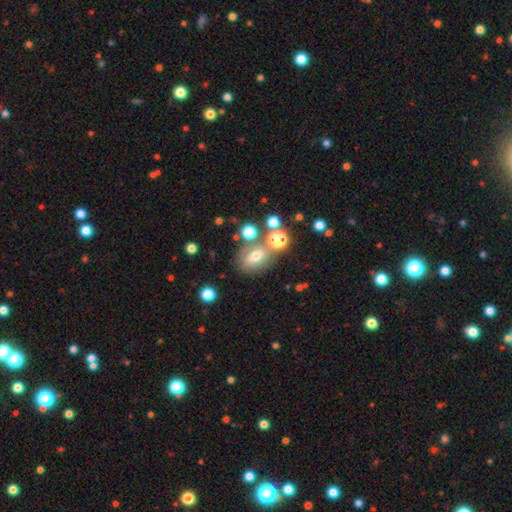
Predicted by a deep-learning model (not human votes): Smooth or featured? Predicted: smooth (p=0.58). How rounded? Predicted: in between (p=0.59). Merging? Predicted: none (p=0.59).